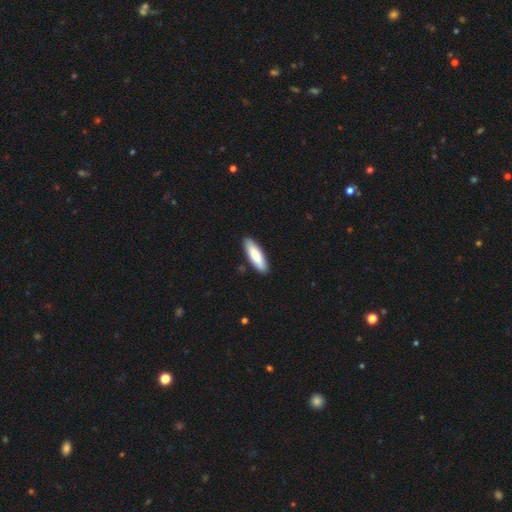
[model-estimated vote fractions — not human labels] Smooth or featured? smooth (83%)
How rounded? cigar-shaped (55%)
Merging? none (89%)